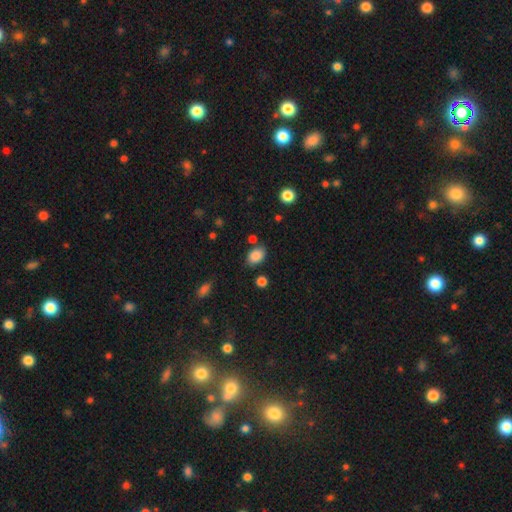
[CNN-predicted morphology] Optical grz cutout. It shows a smooth galaxy with no disk features (86%) that is in between round and cigar-shaped (77%). Merging: none (76%).